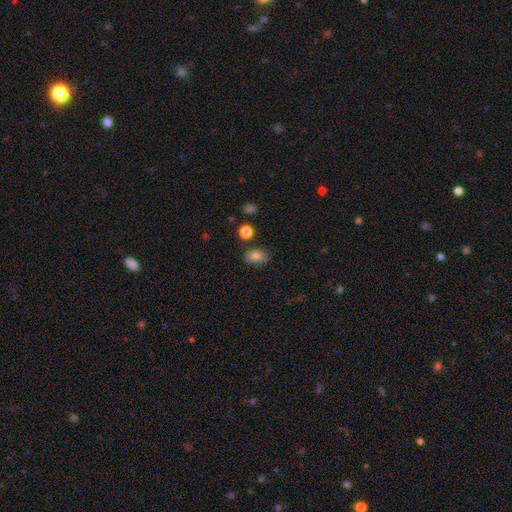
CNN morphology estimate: A smooth galaxy with no disk features (81%) that is in between round and cigar-shaped (79%).

Vote fractions:
- Smooth or featured? smooth: 81% / star or artifact: 11% / featured or disk: 9%
- How rounded? in between: 79% / round: 19% / cigar-shaped: 1%
- Merging? none: 76% / minor disturbance: 17% / merger: 4% / major disturbance: 4%